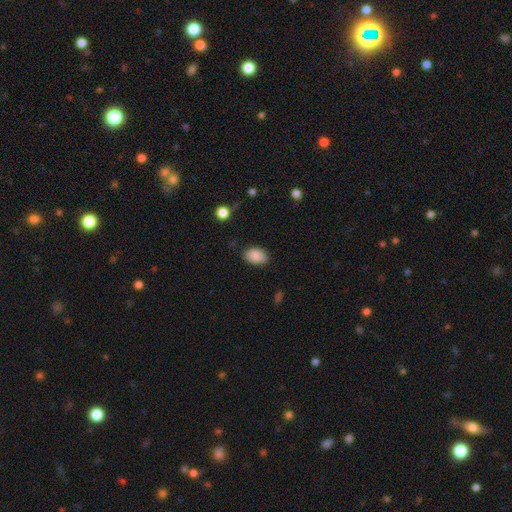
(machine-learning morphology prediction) This appears to be a smooth galaxy with no disk features (89%) that is in between round and cigar-shaped (87%). Merging: none (81%).